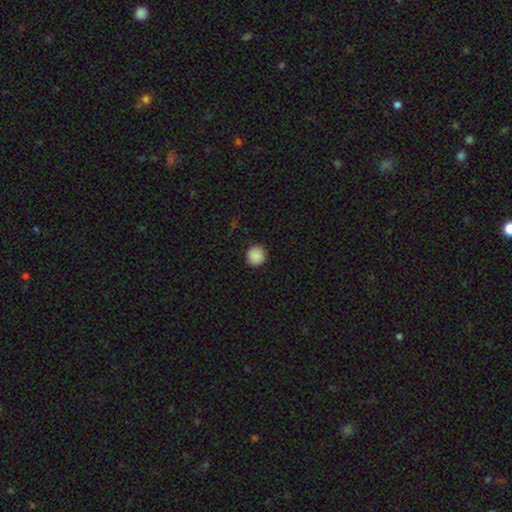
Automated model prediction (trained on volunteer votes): A smooth galaxy with no disk features (89%) that is round (93%). Merging: none (89%).